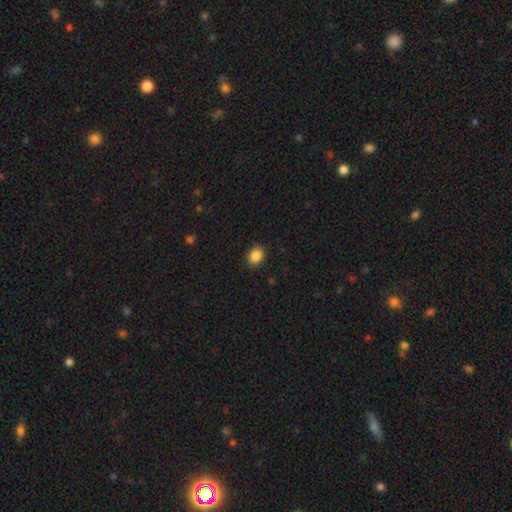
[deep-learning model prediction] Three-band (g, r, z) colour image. It shows a smooth galaxy with no disk features (88%) that is in between round and cigar-shaped (54%). Merging: none (88%).